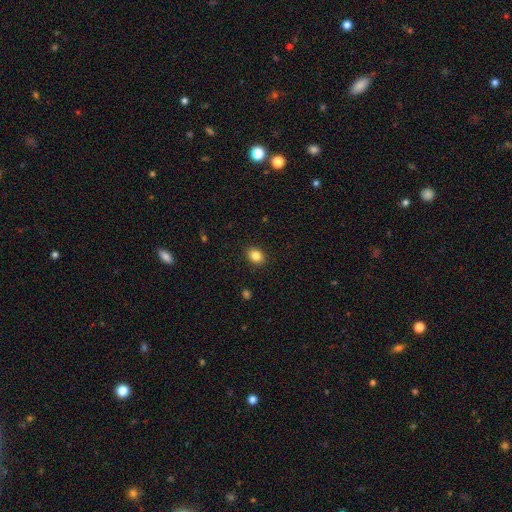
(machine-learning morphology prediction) A smooth galaxy with no disk features (85%) that is in between round and cigar-shaped (57%).

Vote fractions:
- Smooth or featured? smooth: 85% / star or artifact: 10% / featured or disk: 6%
- How rounded? in between: 57% / round: 42% / cigar-shaped: 1%
- Merging? none: 89% / minor disturbance: 8% / major disturbance: 2% / merger: 1%